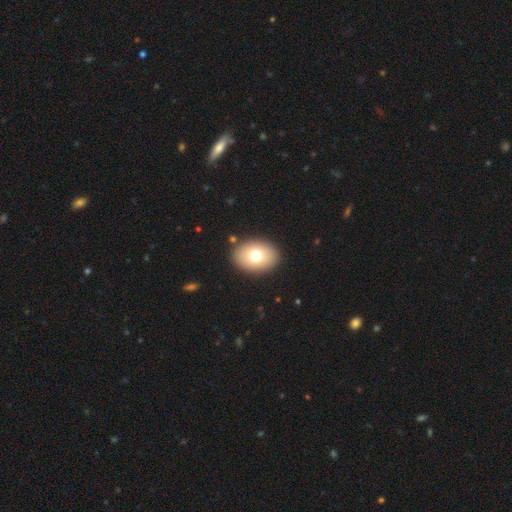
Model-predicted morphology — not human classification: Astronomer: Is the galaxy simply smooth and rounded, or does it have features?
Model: smooth — 73%.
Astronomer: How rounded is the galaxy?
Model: in between — 76%.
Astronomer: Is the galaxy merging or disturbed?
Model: none — 90%.